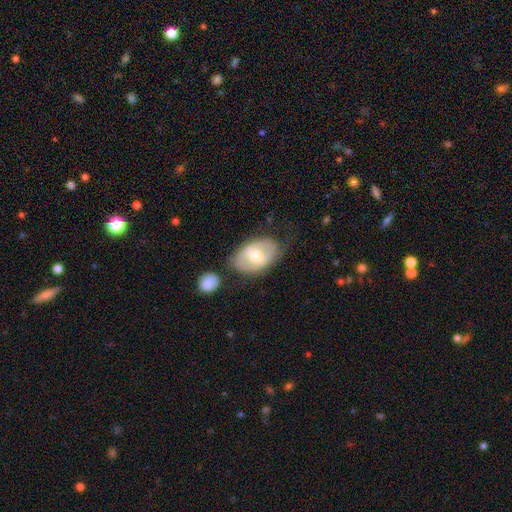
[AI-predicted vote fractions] This is possibly a smooth galaxy (49%). Merging: likely none (62%).